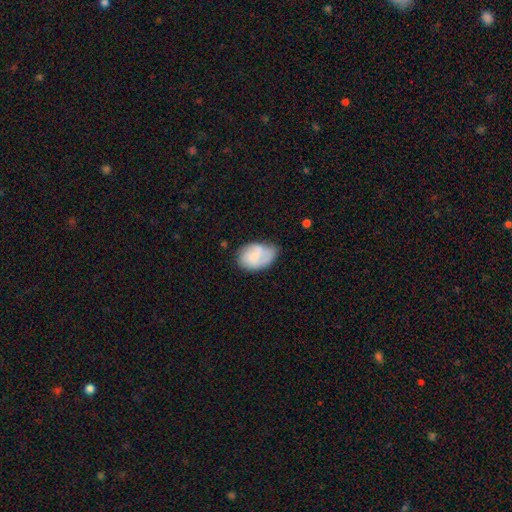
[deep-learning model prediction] Smooth or featured: smooth — 64% (featured or disk — 30%)
How rounded: in between — 81% (round — 18%)
Merging: none — 49% (minor disturbance — 35%)